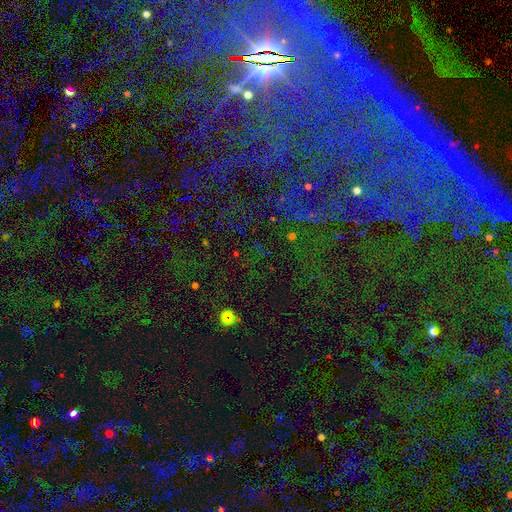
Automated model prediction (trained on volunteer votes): A star or artifact, not a galaxy (69%).

Vote fractions:
- Smooth or featured? star or artifact: 69% / featured or disk: 17% / smooth: 14%